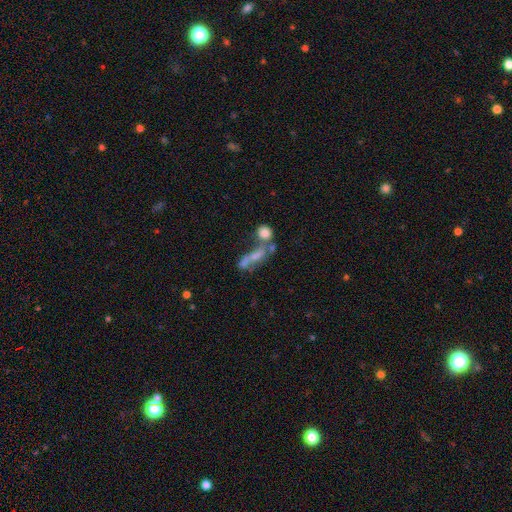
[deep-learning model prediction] smooth_or_featured: smooth (p=0.46) [alt: featured or disk p=0.41]
merging: merger (p=0.46) [alt: none p=0.24]